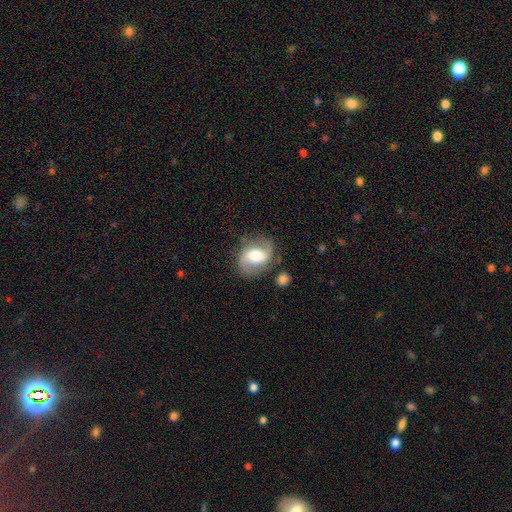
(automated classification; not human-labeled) This appears to be a featured or disk galaxy (74%) with a weak bar (43%), 2 (90%) medium (45%) spiral arms (91%) and a moderate central bulge (58%). Merging: none (70%).